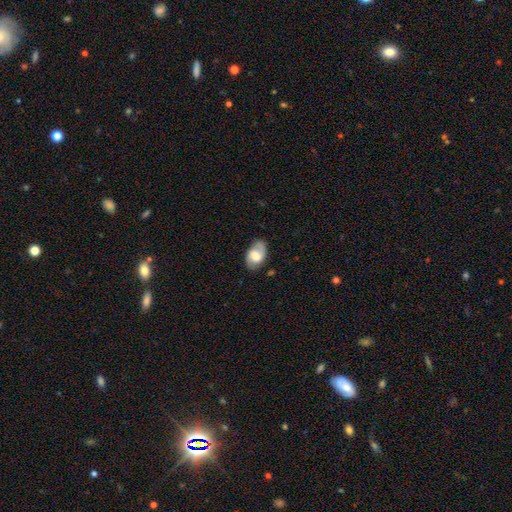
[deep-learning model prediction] smooth_or_featured: featured or disk (p=0.50) [alt: smooth p=0.43]
merging: none (p=0.73) [alt: minor disturbance p=0.20]